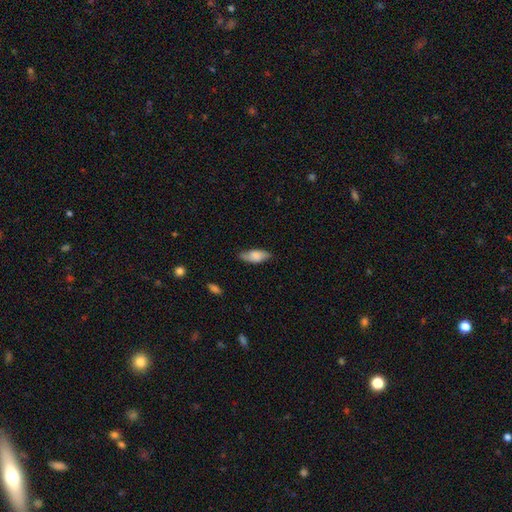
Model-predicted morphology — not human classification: Overall: smooth (66%; featured or disk 27%). How rounded: in between (82%). Merging: none (68%).